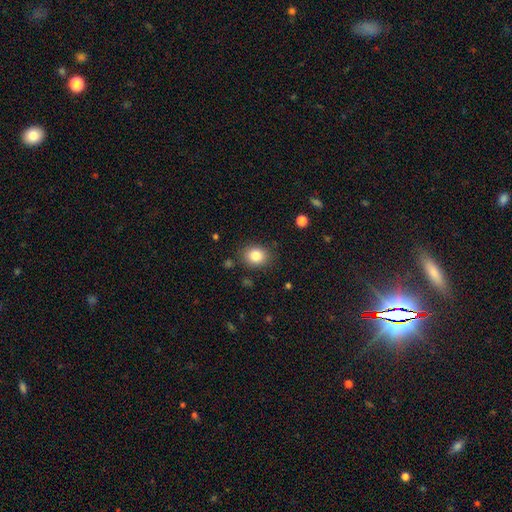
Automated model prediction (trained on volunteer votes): smooth-or-featured: smooth: 84% | star or artifact: 10% | featured or disk: 6%
  how-rounded: round: 66% | in between: 33% | cigar-shaped: 1%
  merging: none: 85% | minor disturbance: 10% | major disturbance: 3% | merger: 2%